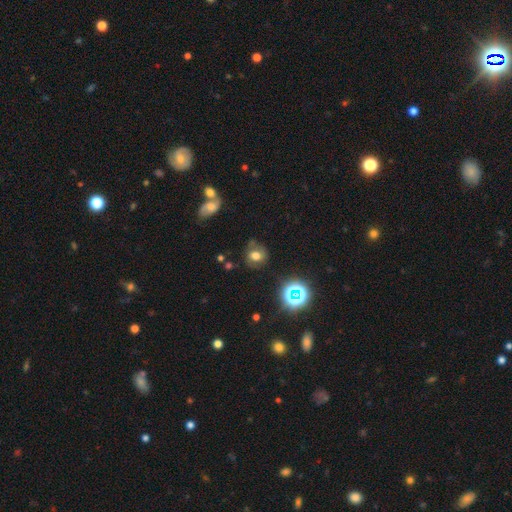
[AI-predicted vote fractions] smooth-or-featured: smooth: 63% | star or artifact: 20% | featured or disk: 17%
  how-rounded: round: 67% | in between: 32% | cigar-shaped: 1%
  merging: none: 68% | minor disturbance: 20% | major disturbance: 8% | merger: 4%